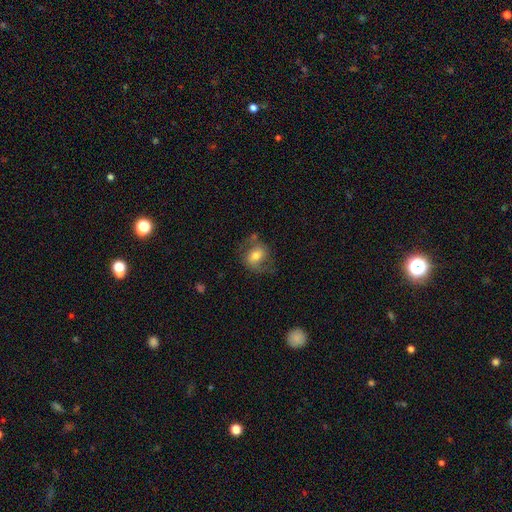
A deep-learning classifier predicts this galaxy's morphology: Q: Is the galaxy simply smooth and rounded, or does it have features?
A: featured or disk — 47%.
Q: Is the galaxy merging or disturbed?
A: none — 57%.